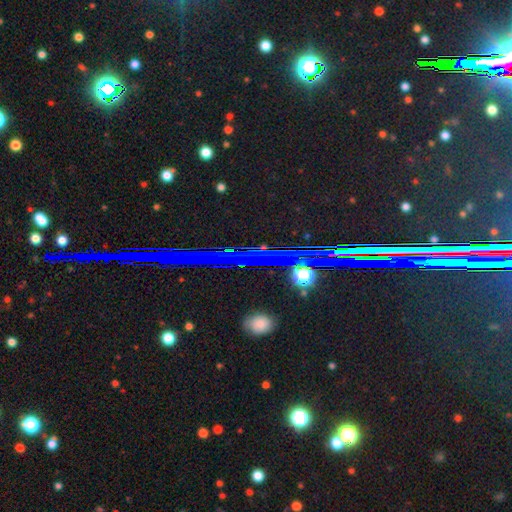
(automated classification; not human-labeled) smooth-or-featured: star or artifact: 71% | featured or disk: 17% | smooth: 11%